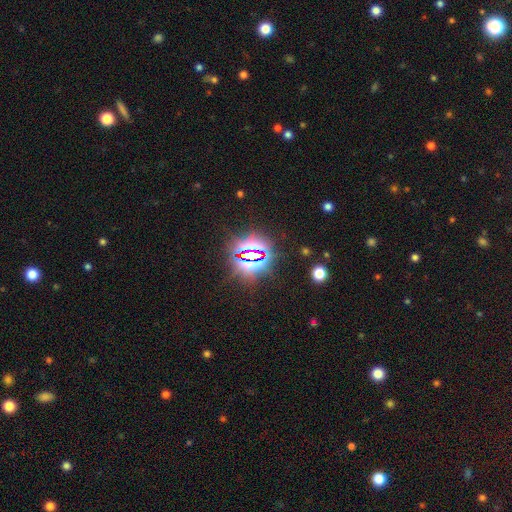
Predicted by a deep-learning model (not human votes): star or artifact 80%, smooth 11%, featured or disk 9%.